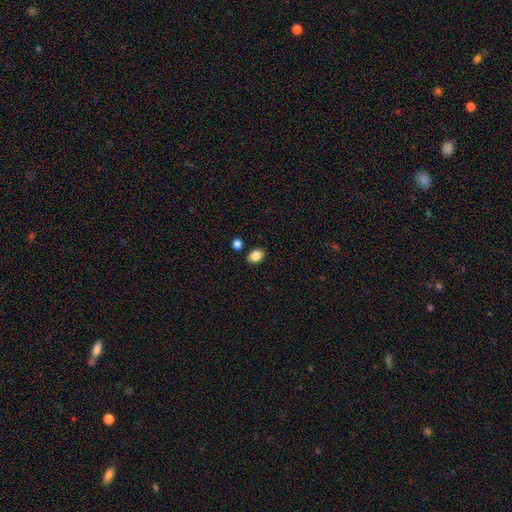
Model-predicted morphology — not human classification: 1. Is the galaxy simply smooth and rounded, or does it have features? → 86% smooth, 9% star or artifact, 4% featured or disk.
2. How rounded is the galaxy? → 72% in between, 27% round, 1% cigar-shaped.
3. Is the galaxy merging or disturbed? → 85% none, 9% minor disturbance, 4% merger, 2% major disturbance.